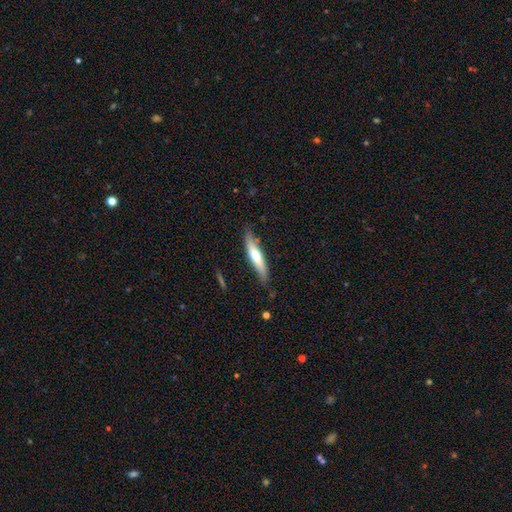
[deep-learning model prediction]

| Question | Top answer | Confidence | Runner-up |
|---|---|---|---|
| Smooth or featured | smooth | 58% | featured or disk (37%) |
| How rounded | cigar-shaped | 85% | in between (13%) |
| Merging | none | 75% | minor disturbance (20%) |